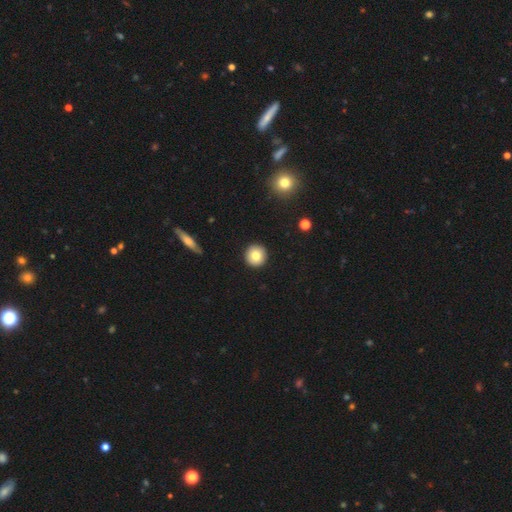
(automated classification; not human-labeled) Q: Smooth or featured?
A: smooth (81%); runner-up: featured or disk (10%)
Q: How rounded?
A: round (93%); runner-up: in between (6%)
Q: Merging?
A: none (92%); runner-up: minor disturbance (5%)